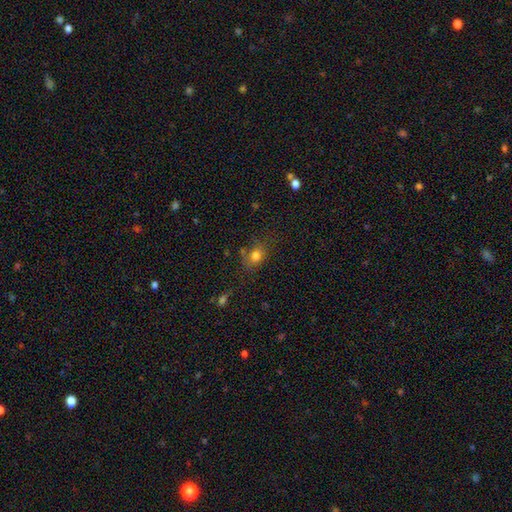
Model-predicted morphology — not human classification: smooth-or-featured: smooth: 78% | star or artifact: 14% | featured or disk: 9%
  how-rounded: round: 50% | in between: 49% | cigar-shaped: 2%
  merging: none: 67% | minor disturbance: 20% | major disturbance: 7% | merger: 6%